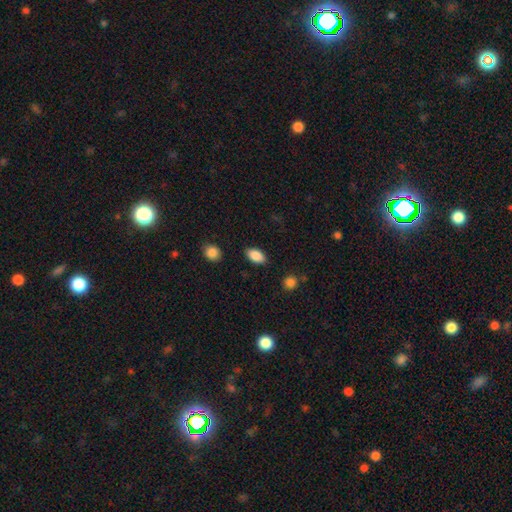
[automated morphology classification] Smooth or featured?
  - smooth: 88% *
  - star or artifact: 7%
  - featured or disk: 5%
How rounded?
  - in between: 92% *
  - round: 5%
  - cigar-shaped: 3%
Merging?
  - none: 87% *
  - minor disturbance: 9%
  - major disturbance: 2%
  - merger: 2%